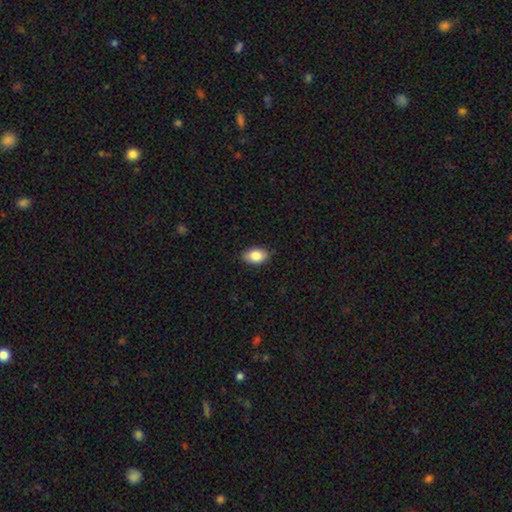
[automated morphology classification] type=smooth (85%); roundness=in between (89%); merging=none (86%).